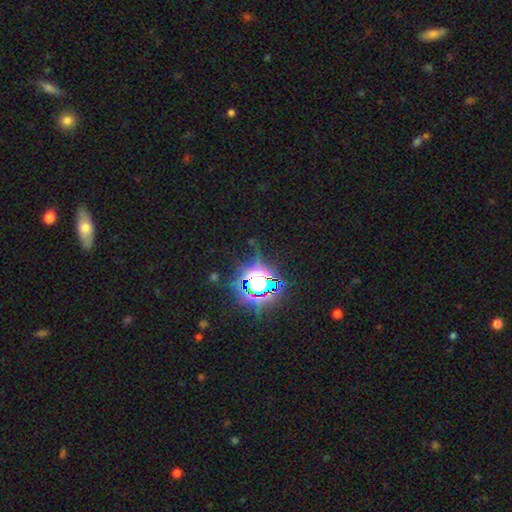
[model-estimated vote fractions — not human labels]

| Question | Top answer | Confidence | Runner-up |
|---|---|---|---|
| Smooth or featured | star or artifact | 80% | smooth (12%) |